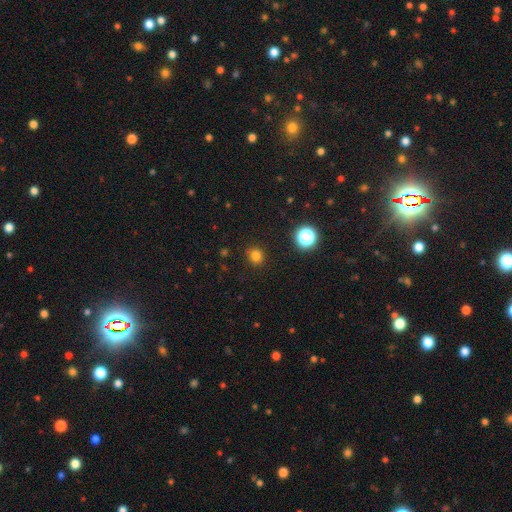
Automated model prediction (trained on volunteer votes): Morphology: type=smooth (80%); roundness=round (87%); merging=none (90%).